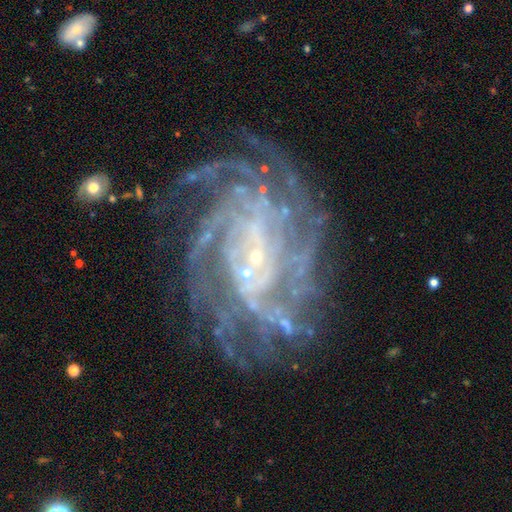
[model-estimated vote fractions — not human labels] Morphology: type=featured or disk (89%); edge-on=no (97%); bar=weak (42%); spiral arms=yes (97%); winding=tight (65%); arm count=more than 4 (33%); bulge=small (79%); merging=none (71%).